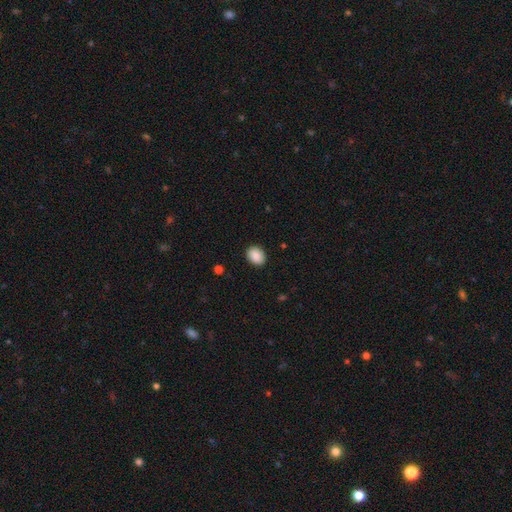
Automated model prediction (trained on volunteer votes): Overall: smooth (89%). How rounded: in between (59%; round 40%). Merging: none (89%).